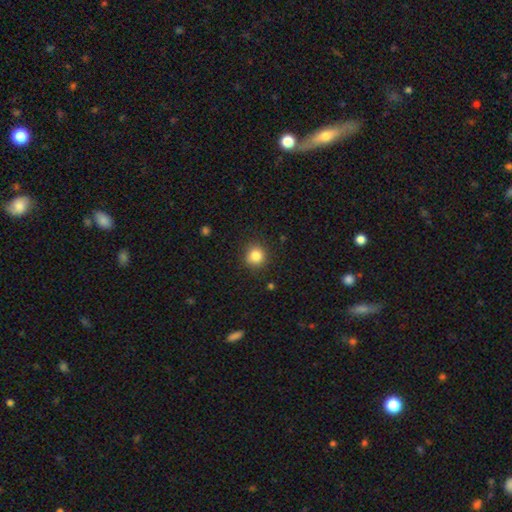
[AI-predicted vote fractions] Smooth or featured?
  - smooth: 83% *
  - star or artifact: 12%
  - featured or disk: 6%
How rounded?
  - round: 90% *
  - in between: 9%
  - cigar-shaped: 1%
Merging?
  - none: 86% *
  - minor disturbance: 10%
  - major disturbance: 2%
  - merger: 2%